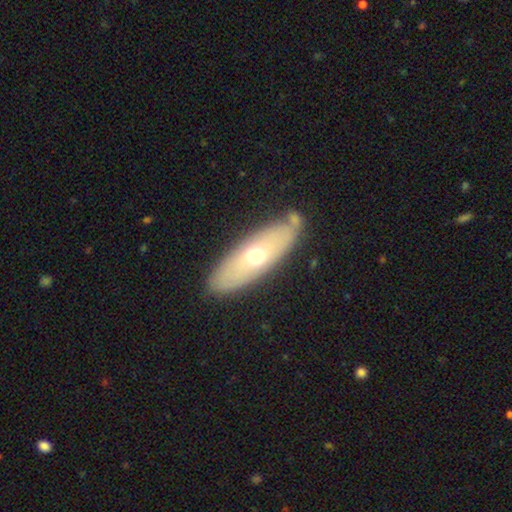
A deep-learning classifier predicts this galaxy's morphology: This appears to be a smooth galaxy with no disk features (49%). Merging: none (78%).